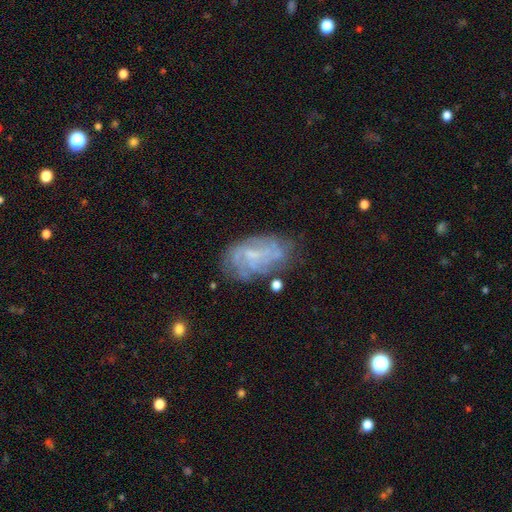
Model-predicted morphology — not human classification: Overall: featured or disk (65%). Edge-on disk: no (95%). Bar: no (48%; weak 42%). Spiral arms: yes (67%; no 33%). Bulge size: small (53%; none 26%). Merging: none (62%; minor disturbance 23%).